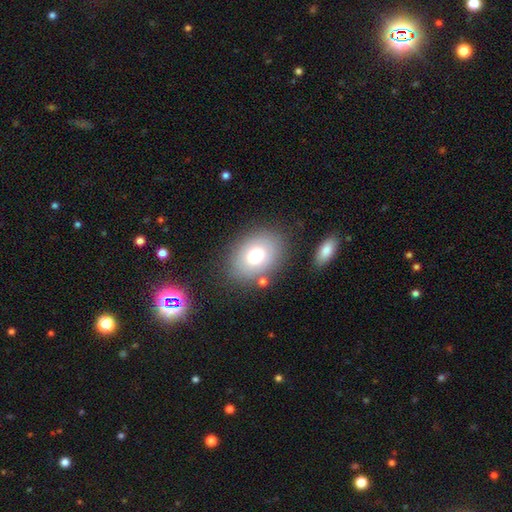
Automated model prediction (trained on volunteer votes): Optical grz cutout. It shows a smooth galaxy with no disk features (73%) that is in between round and cigar-shaped (74%). Merging: none (79%).